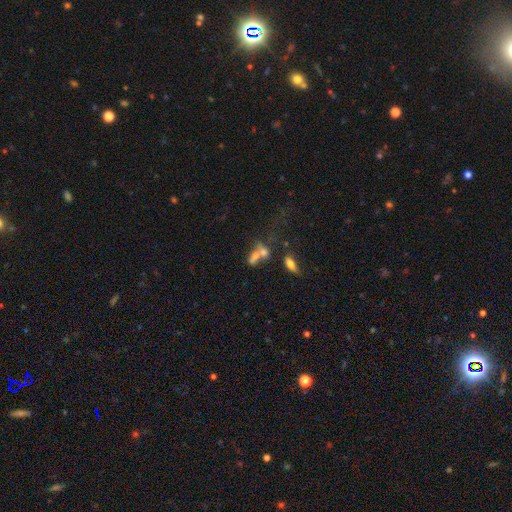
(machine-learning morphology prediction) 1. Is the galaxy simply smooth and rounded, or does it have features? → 58% smooth, 24% featured or disk, 18% star or artifact.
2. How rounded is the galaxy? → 65% in between, 21% round, 14% cigar-shaped.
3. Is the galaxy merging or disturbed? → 54% merger, 27% none, 10% minor disturbance, 10% major disturbance.